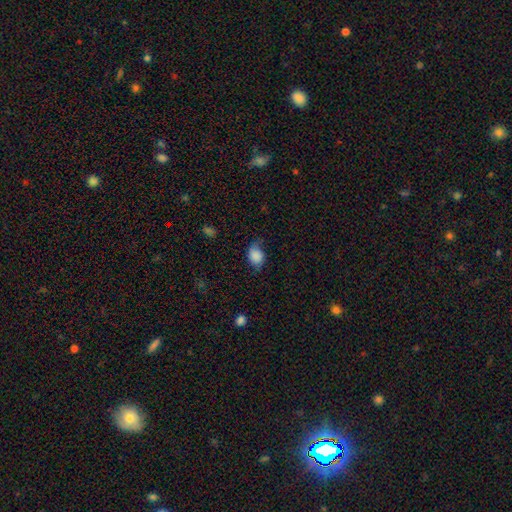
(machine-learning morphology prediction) smooth_or_featured: smooth (p=0.82) [alt: featured or disk p=0.10]
how_rounded: in between (p=0.56) [alt: round p=0.43]
merging: none (p=0.45) [alt: minor disturbance p=0.37]